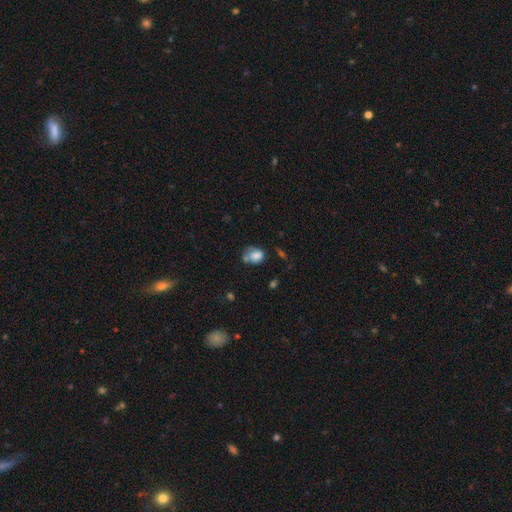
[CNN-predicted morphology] Q: Smooth or featured?
A: smooth (72%); runner-up: featured or disk (18%)
Q: How rounded?
A: in between (60%); runner-up: round (39%)
Q: Merging?
A: none (34%); runner-up: minor disturbance (29%)